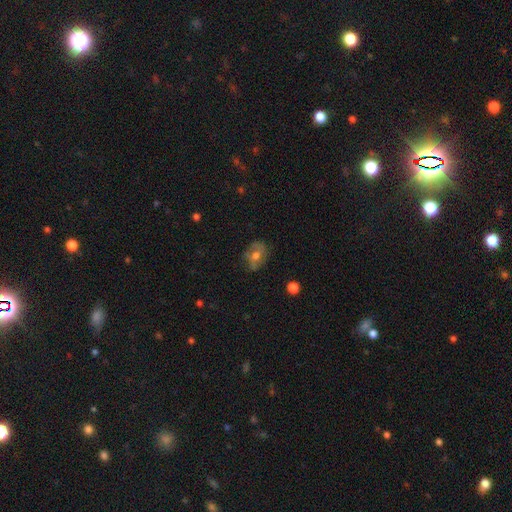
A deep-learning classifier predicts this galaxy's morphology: Smooth or featured: smooth — 50% (featured or disk — 40%)
How rounded: in between — 59% (round — 39%)
Merging: none — 63% (minor disturbance — 25%)